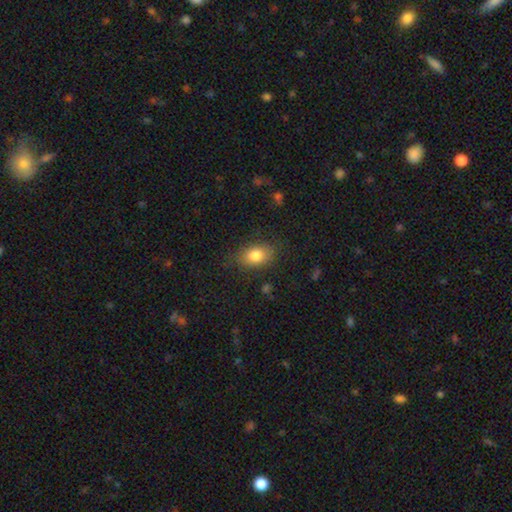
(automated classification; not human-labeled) This appears to be a smooth galaxy with no disk features (81%) that is in between round and cigar-shaped (82%). Merging: none (80%).